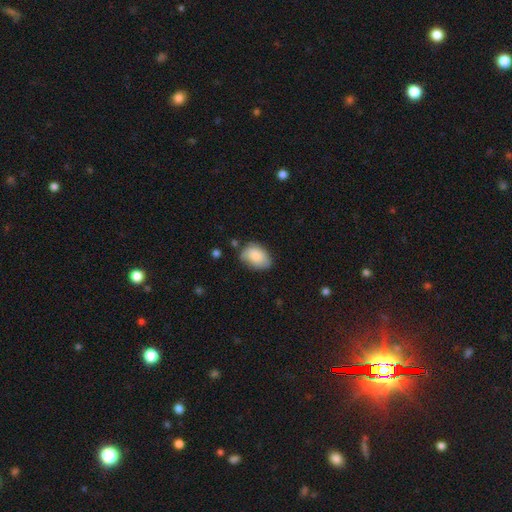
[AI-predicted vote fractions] Smooth or featured: smooth — 83% (featured or disk — 11%)
How rounded: in between — 85% (round — 14%)
Merging: none — 60% (minor disturbance — 30%)